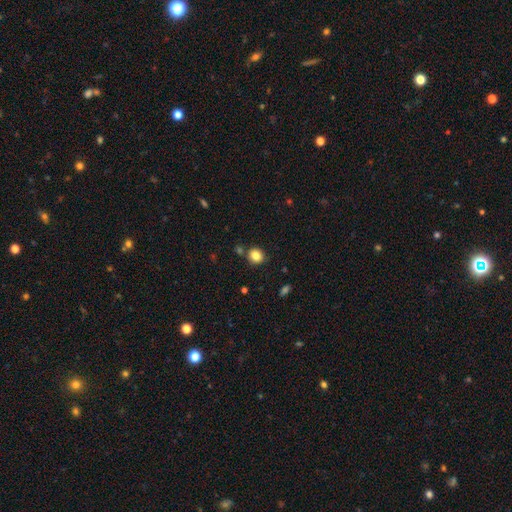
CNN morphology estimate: This appears to be a smooth galaxy with no disk features (83%) that is round (81%). Merging: none (80%).